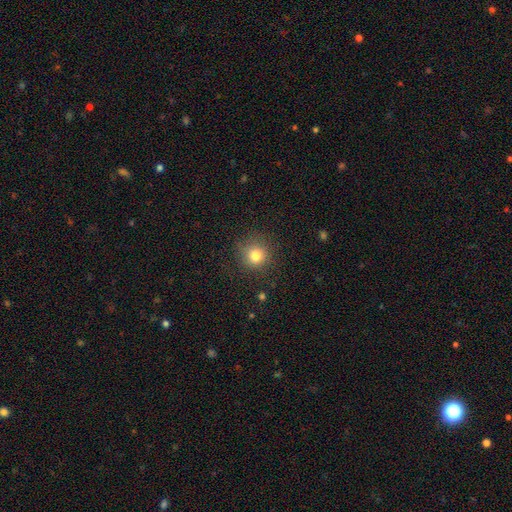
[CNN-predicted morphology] Overall: smooth (80%). How rounded: round (93%). Merging: none (86%).